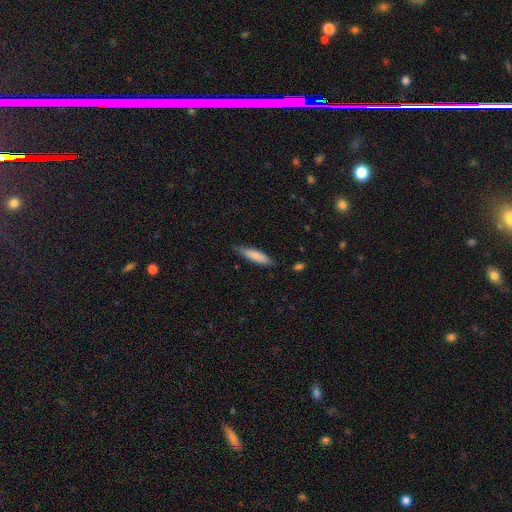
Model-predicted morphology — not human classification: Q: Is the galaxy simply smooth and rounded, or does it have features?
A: smooth — 83%.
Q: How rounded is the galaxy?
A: cigar-shaped — 73%.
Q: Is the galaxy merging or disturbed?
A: none — 80%.